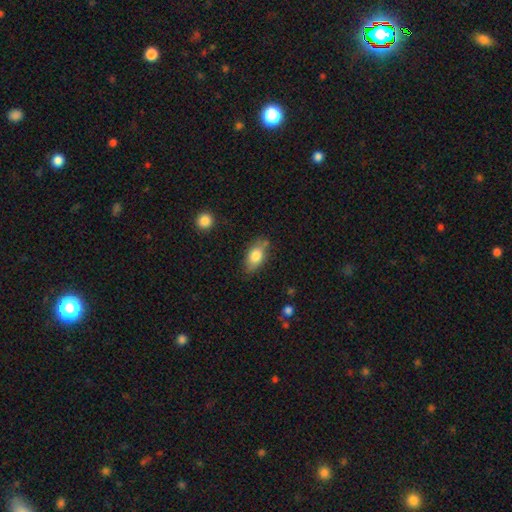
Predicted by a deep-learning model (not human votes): Smooth or featured?
  - smooth: 79% *
  - featured or disk: 15%
  - star or artifact: 7%
How rounded?
  - in between: 88% *
  - cigar-shaped: 7%
  - round: 5%
Merging?
  - none: 75% *
  - minor disturbance: 19%
  - major disturbance: 4%
  - merger: 3%